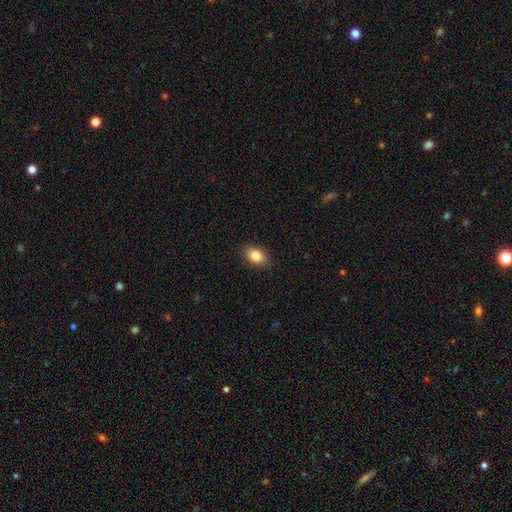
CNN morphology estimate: Overall: smooth (84%). How rounded: in between (83%). Merging: none (87%).